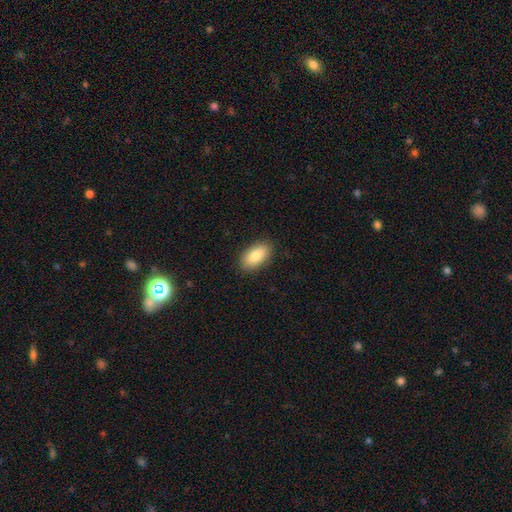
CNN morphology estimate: The model was most divided on "smooth or featured": smooth: 84%, featured or disk: 9%, star or artifact: 7%. More confident: how rounded — in between (93%); merging — none (89%).